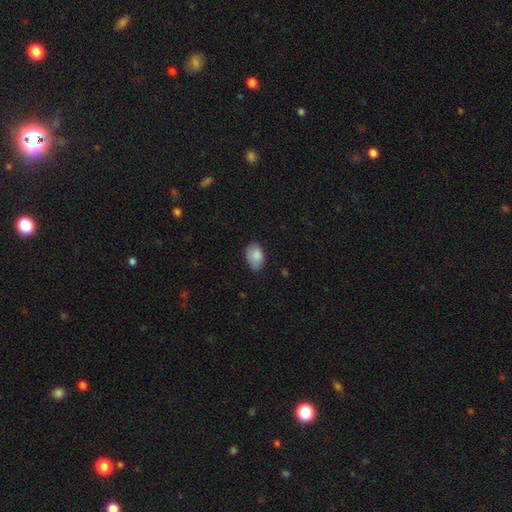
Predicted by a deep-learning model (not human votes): Smooth or featured? smooth (86%)
How rounded? in between (87%)
Merging? none (67%)